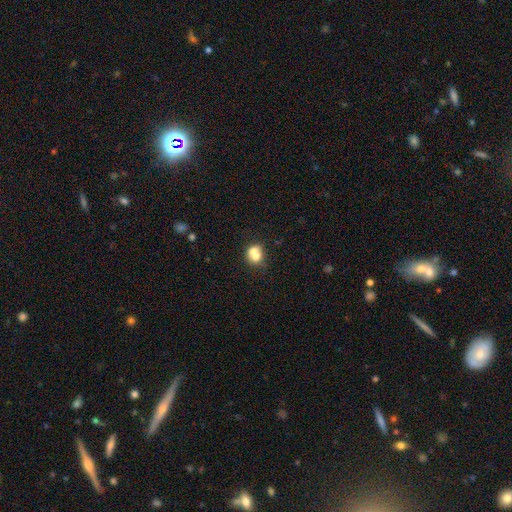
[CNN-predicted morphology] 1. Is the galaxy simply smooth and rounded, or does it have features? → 67% smooth, 22% featured or disk, 11% star or artifact.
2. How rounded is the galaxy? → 68% round, 31% in between, 1% cigar-shaped.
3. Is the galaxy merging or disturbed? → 59% merger, 28% none, 8% minor disturbance, 4% major disturbance.